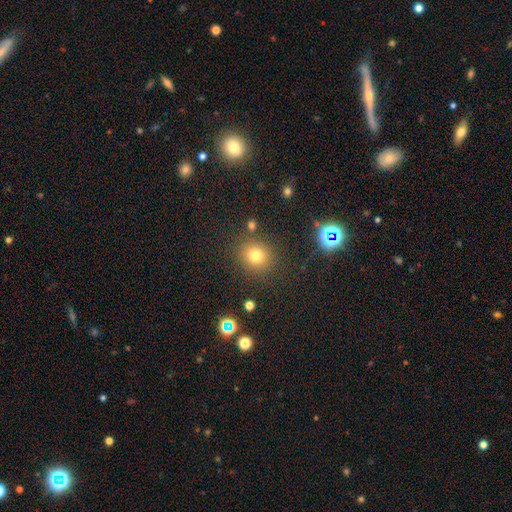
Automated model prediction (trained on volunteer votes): A smooth galaxy with no disk features (74%) that is round (84%).

Vote fractions:
- Smooth or featured? smooth: 74% / star or artifact: 18% / featured or disk: 8%
- How rounded? round: 84% / in between: 15% / cigar-shaped: 1%
- Merging? none: 84% / minor disturbance: 9% / merger: 4% / major disturbance: 4%